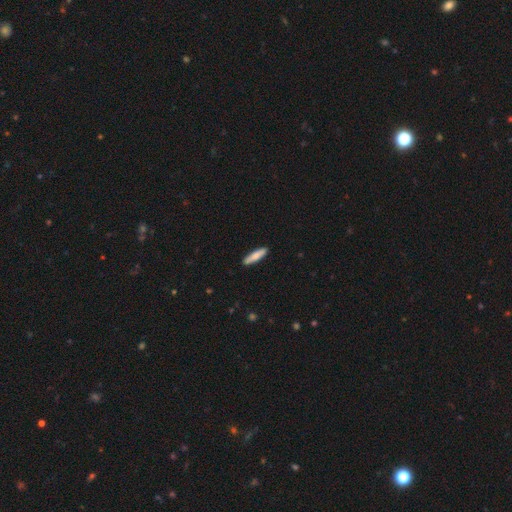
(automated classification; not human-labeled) smooth_or_featured: smooth (p=0.75) [alt: featured or disk p=0.20]
how_rounded: cigar-shaped (p=0.81) [alt: in between p=0.17]
merging: none (p=0.90) [alt: minor disturbance p=0.08]